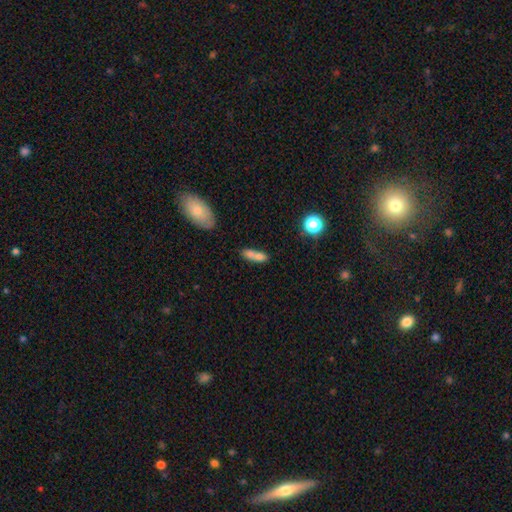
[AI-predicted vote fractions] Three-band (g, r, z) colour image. It shows a smooth galaxy with no disk features (70%) that is in between round and cigar-shaped (58%). Merging: merger (52%).